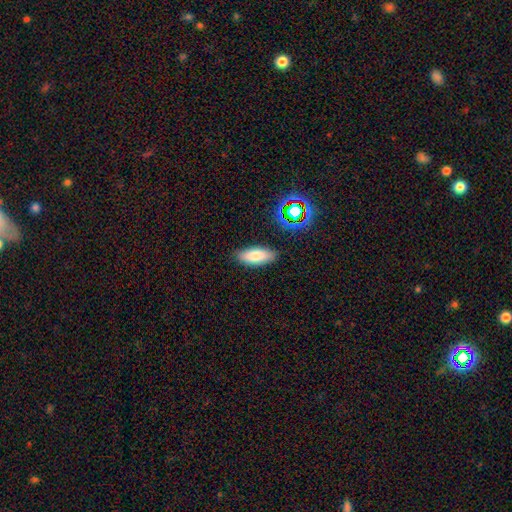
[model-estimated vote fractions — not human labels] This appears to be a smooth galaxy with no disk features (79%) that is in between round and cigar-shaped (74%). Merging: none (86%).